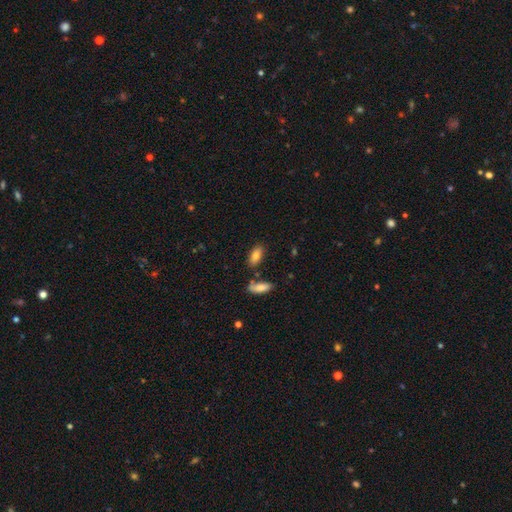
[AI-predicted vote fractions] Morphology: type=smooth (82%); roundness=in between (87%); merging=none (76%).